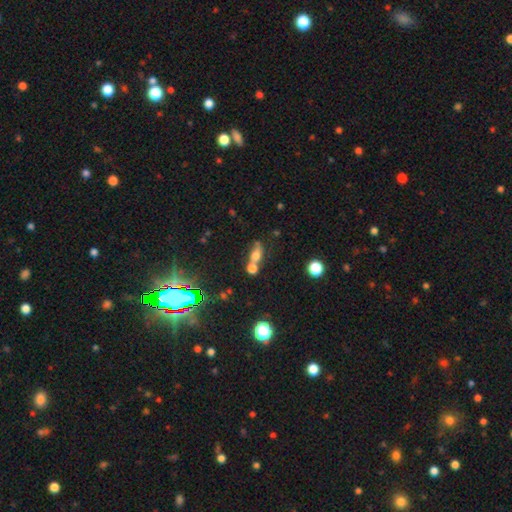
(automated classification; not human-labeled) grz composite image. It shows a smooth galaxy with no disk features (62%) that is in between round and cigar-shaped (60%). Merging: merger (57%).